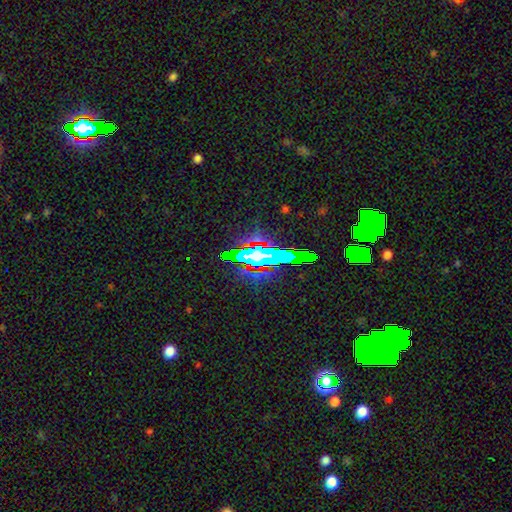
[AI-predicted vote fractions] Smooth or featured?
  - star or artifact: 59% *
  - smooth: 23%
  - featured or disk: 19%